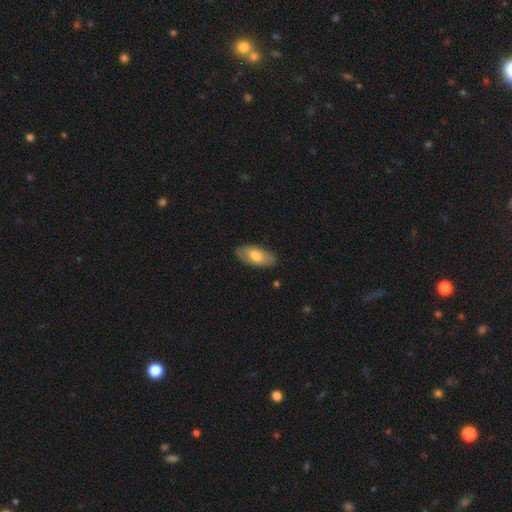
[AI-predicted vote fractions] A smooth galaxy with no disk features (65%) that is in between round and cigar-shaped (92%). Merging: none (84%).